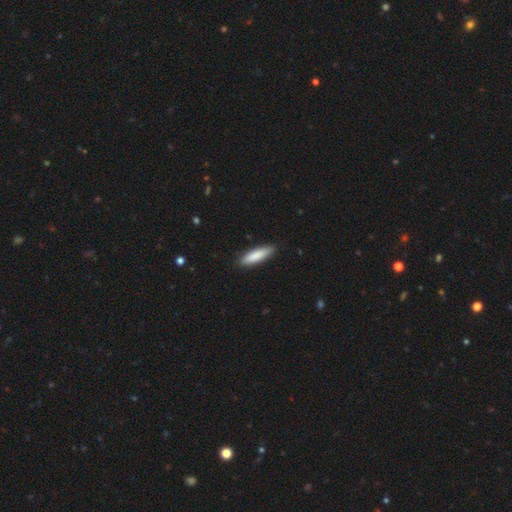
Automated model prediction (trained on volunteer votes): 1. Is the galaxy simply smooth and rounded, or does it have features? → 84% smooth, 11% featured or disk, 5% star or artifact.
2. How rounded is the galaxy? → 70% cigar-shaped, 28% in between, 1% round.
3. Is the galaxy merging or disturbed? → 88% none, 9% minor disturbance, 2% major disturbance, 1% merger.